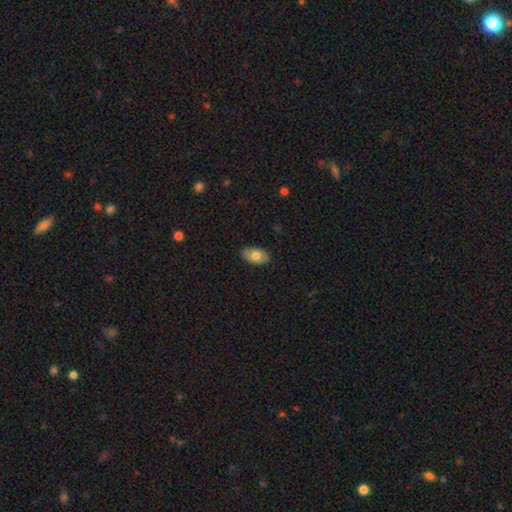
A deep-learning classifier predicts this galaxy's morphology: smooth-or-featured: smooth: 74% | featured or disk: 20% | star or artifact: 6%
  how-rounded: in between: 93% | round: 5% | cigar-shaped: 1%
  merging: none: 86% | minor disturbance: 11% | major disturbance: 2% | merger: 1%